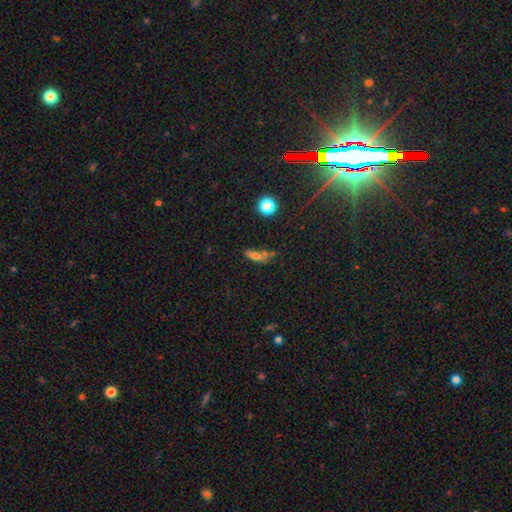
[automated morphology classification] type=smooth (62%); roundness=in between (56%); merging=none (45%).